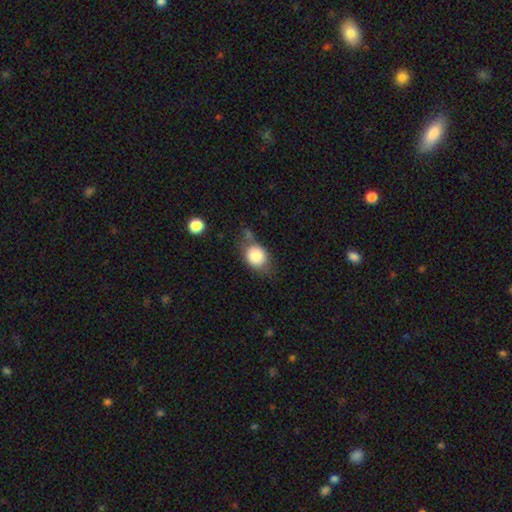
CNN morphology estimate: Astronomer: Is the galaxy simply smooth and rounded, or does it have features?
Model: smooth — 80%.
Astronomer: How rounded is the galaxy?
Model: round — 51% (runner-up: in between, 48%).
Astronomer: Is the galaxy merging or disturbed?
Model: none — 51% (runner-up: minor disturbance, 26%).